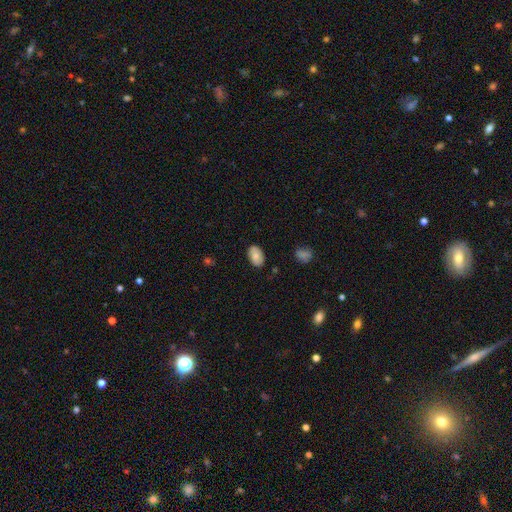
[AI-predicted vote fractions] Smooth or featured? smooth (77%)
How rounded? in between (91%)
Merging? none (83%)